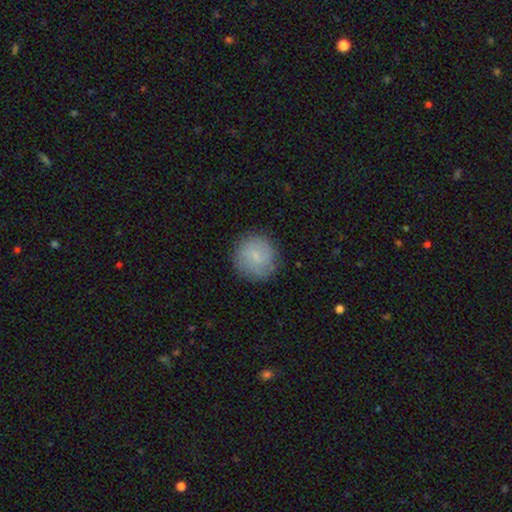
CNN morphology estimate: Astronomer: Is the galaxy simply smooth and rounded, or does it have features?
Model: smooth — 74%.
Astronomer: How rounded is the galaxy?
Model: round — 93%.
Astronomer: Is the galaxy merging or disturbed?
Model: none — 83%.